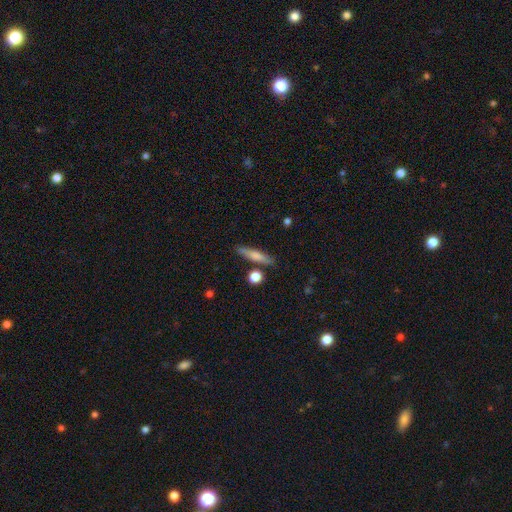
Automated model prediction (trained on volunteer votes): This appears to be a smooth galaxy with no disk features (66%) that is cigar-shaped (85%). Merging: none (83%).